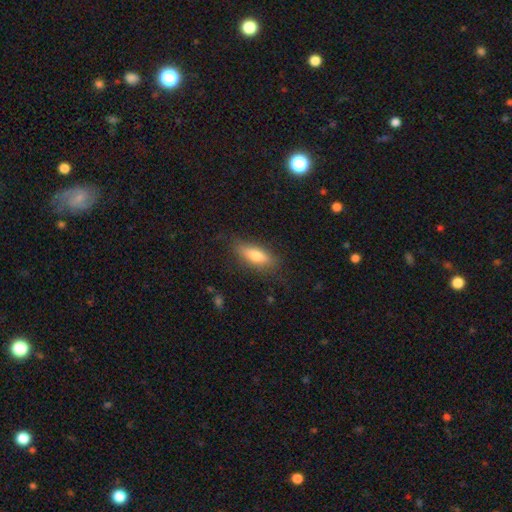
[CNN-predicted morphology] Q: Smooth or featured?
A: smooth (69%); runner-up: featured or disk (23%)
Q: How rounded?
A: in between (57%); runner-up: cigar-shaped (41%)
Q: Merging?
A: none (80%); runner-up: minor disturbance (15%)